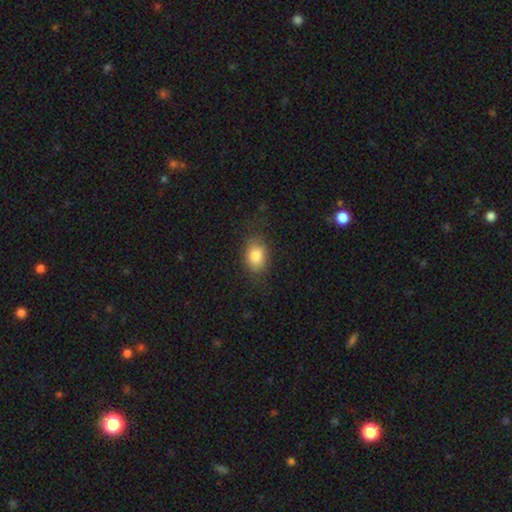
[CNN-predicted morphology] Q: Smooth or featured?
A: smooth (84%); runner-up: star or artifact (8%)
Q: How rounded?
A: in between (76%); runner-up: round (22%)
Q: Merging?
A: none (76%); runner-up: minor disturbance (16%)